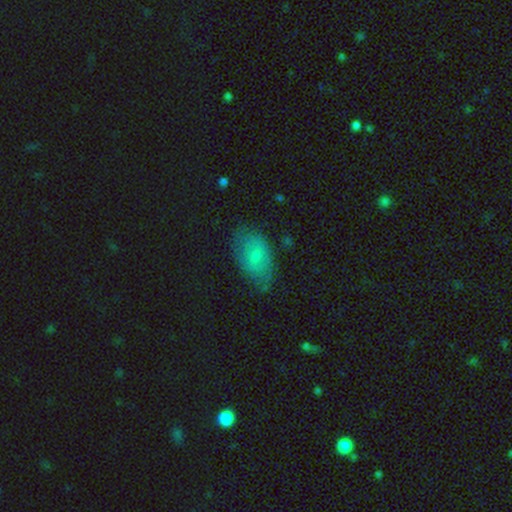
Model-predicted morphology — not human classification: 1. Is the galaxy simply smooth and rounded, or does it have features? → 65% smooth, 25% featured or disk, 10% star or artifact.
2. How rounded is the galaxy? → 91% in between, 6% round, 2% cigar-shaped.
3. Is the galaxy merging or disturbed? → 66% none, 26% minor disturbance, 6% major disturbance, 2% merger.